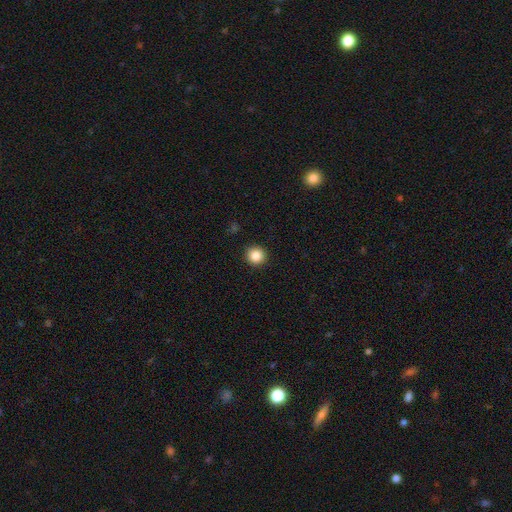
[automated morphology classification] Smooth or featured?
  - smooth: 86% *
  - star or artifact: 10%
  - featured or disk: 4%
How rounded?
  - round: 95% *
  - in between: 5%
  - cigar-shaped: 1%
Merging?
  - none: 93% *
  - minor disturbance: 5%
  - major disturbance: 2%
  - merger: 1%